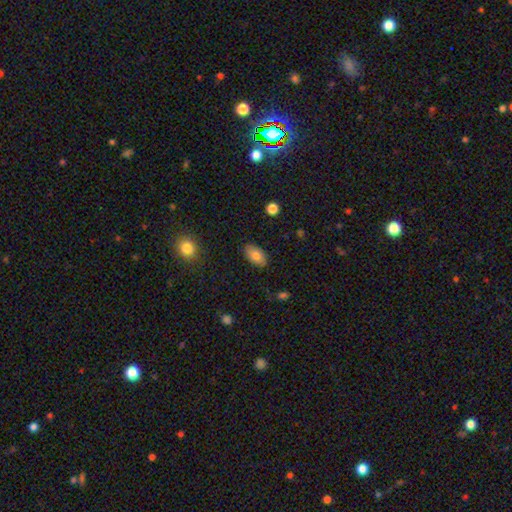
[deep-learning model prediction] A smooth galaxy with no disk features (80%) that is in between round and cigar-shaped (93%). Merging: none (85%).